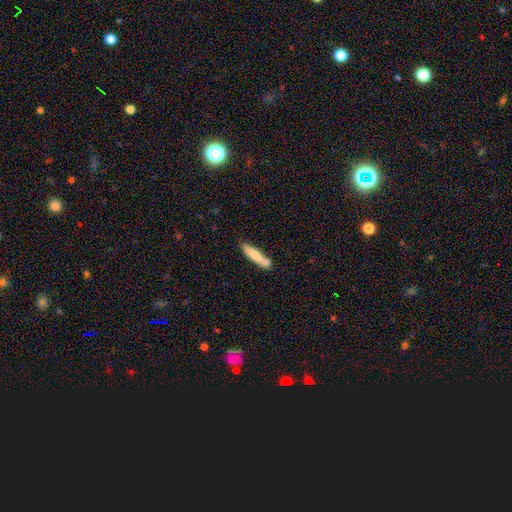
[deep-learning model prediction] Q: Smooth or featured?
A: smooth (76%); runner-up: featured or disk (19%)
Q: How rounded?
A: cigar-shaped (86%); runner-up: in between (13%)
Q: Merging?
A: none (68%); runner-up: minor disturbance (19%)